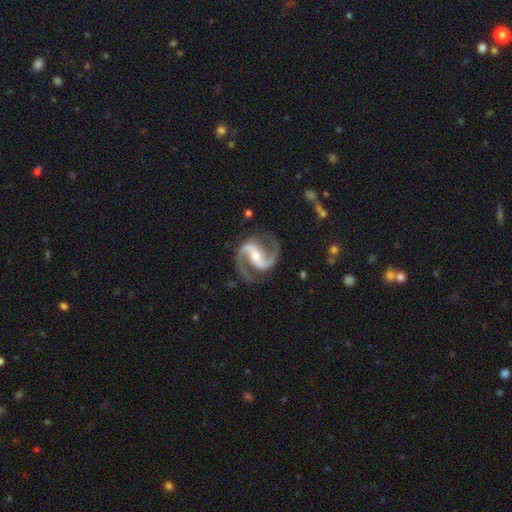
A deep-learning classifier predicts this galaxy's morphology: featured or disk 94%, star or artifact 4%, smooth 2%. Down the decision tree: edge-on disk — no (98%); bar — strong (46%); spiral arms — yes (99%); spiral arm count — 2 (95%); spiral winding — medium (63%); bulge size — moderate (50%); merging — none (82%).